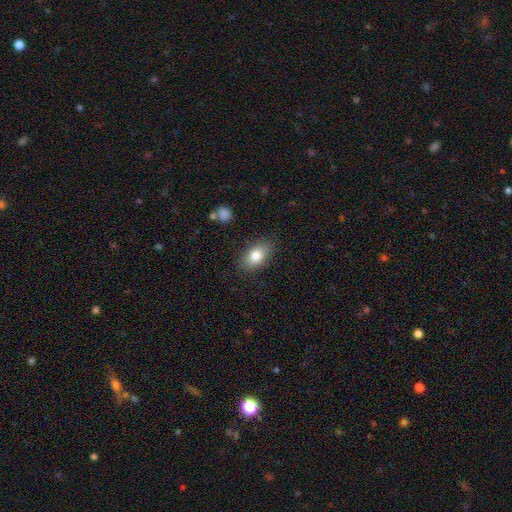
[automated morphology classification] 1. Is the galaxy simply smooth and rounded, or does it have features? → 80% smooth, 12% featured or disk, 8% star or artifact.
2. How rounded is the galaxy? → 88% in between, 10% round, 2% cigar-shaped.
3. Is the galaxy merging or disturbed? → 83% none, 13% minor disturbance, 3% major disturbance, 1% merger.